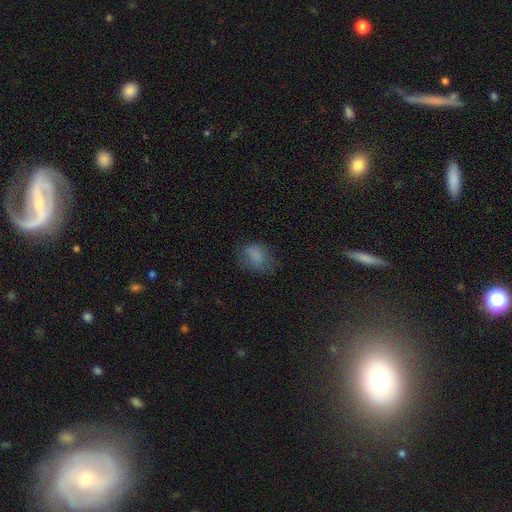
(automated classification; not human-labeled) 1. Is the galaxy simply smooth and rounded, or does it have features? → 78% smooth, 12% star or artifact, 10% featured or disk.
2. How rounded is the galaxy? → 76% in between, 22% round, 1% cigar-shaped.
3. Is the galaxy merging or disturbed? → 60% none, 25% minor disturbance, 14% major disturbance, 2% merger.